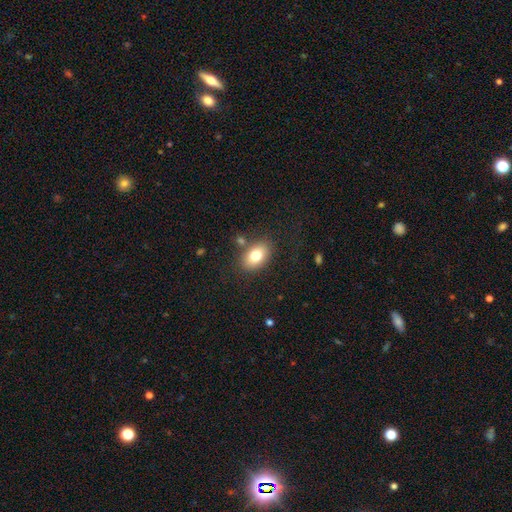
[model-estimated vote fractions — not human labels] Morphology: type=smooth (78%); roundness=in between (87%); merging=none (80%).